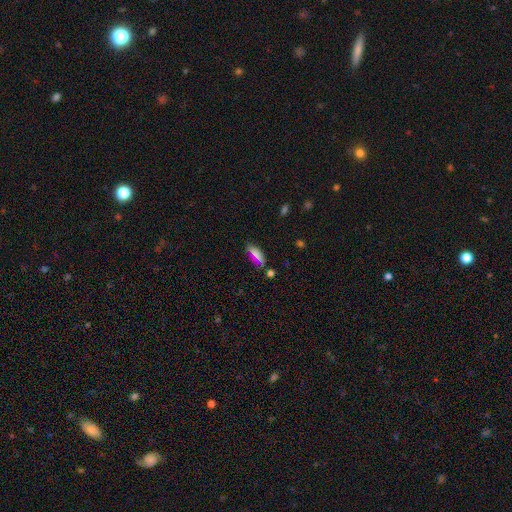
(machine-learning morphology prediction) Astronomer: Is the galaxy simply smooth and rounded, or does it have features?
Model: smooth — 76%.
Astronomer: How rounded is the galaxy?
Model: in between — 55% (runner-up: cigar-shaped, 42%).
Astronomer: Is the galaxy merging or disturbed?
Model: none — 72%.